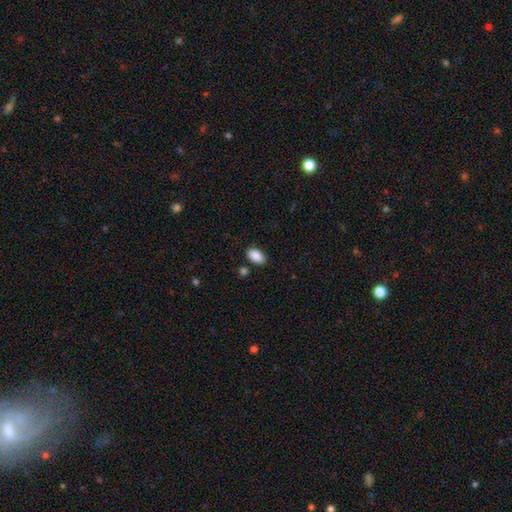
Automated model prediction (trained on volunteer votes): Smooth or featured: smooth — 89% (star or artifact — 7%)
How rounded: in between — 93% (round — 5%)
Merging: none — 83% (minor disturbance — 11%)